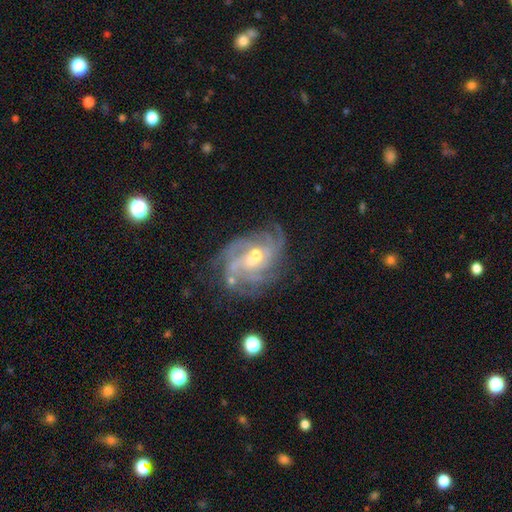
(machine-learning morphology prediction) type=featured or disk (84%); edge-on=no (97%); bar=no (53%); spiral arms=yes (93%); winding=tight (43%); arm count=can't tell (26%); bulge=moderate (64%); merging=none (61%).